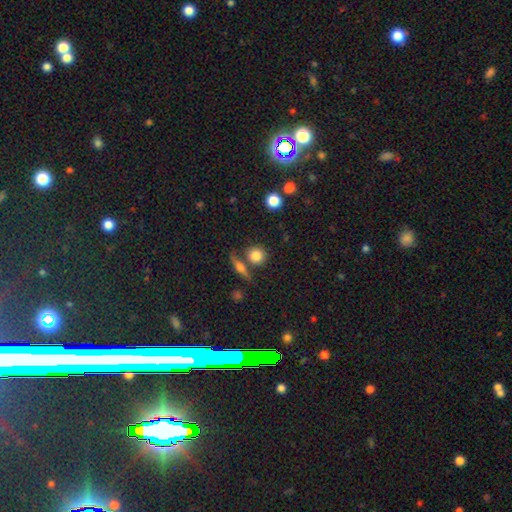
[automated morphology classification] This appears to be a smooth galaxy with no disk features (81%) that is round (86%). Merging: none (69%).